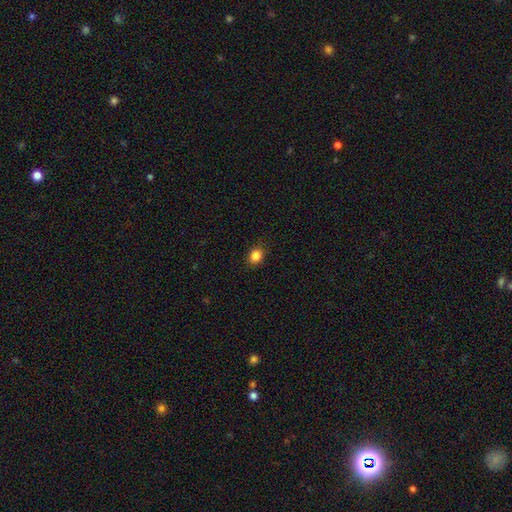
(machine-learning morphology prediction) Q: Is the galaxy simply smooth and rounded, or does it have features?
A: smooth — 85%.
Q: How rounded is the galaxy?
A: round — 60%.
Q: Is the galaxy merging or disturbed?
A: none — 88%.